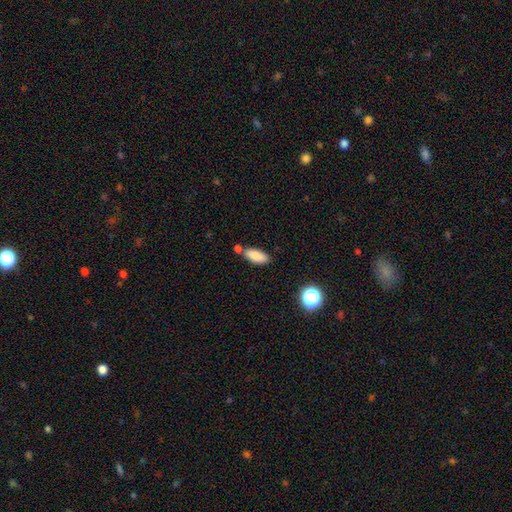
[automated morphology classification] Overall: smooth (84%). How rounded: in between (80%). Merging: none (68%).